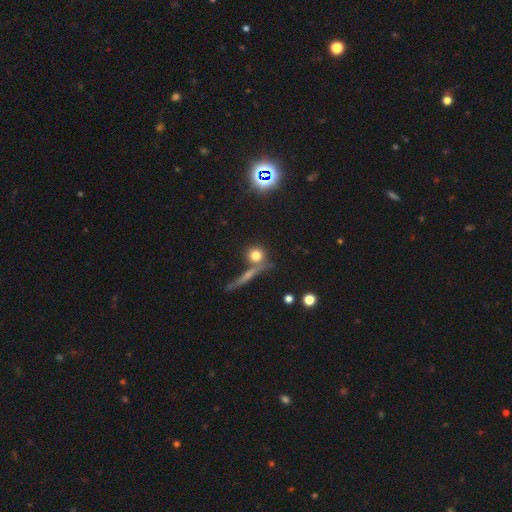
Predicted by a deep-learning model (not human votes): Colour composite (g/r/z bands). It shows a smooth galaxy with no disk features (71%) that is round (83%). Merging: none (69%).